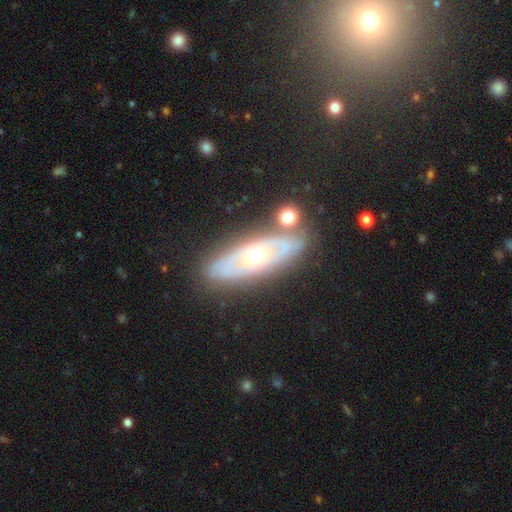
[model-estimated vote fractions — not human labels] This is likely a featured or disk galaxy (67%). It is likely not viewed edge-on (71%). Merging: likely none (79%).